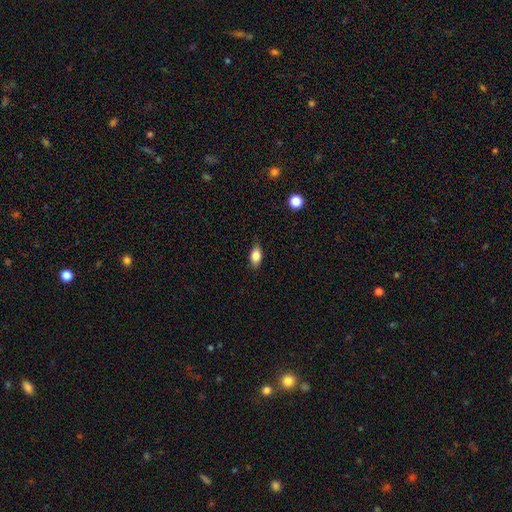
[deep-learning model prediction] Smooth or featured: smooth — 81% (featured or disk — 11%)
How rounded: in between — 86% (round — 7%)
Merging: none — 81% (minor disturbance — 16%)